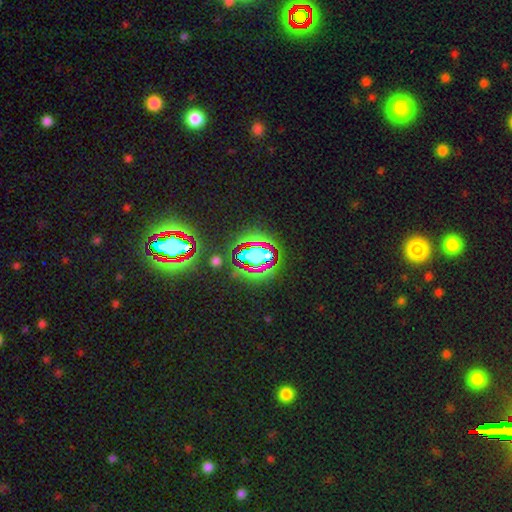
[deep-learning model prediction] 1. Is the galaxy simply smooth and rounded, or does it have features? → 59% star or artifact, 21% smooth, 21% featured or disk.